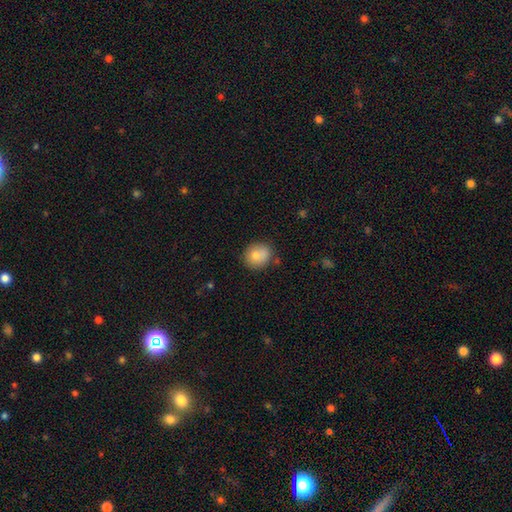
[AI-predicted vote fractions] smooth 78%, featured or disk 13%, star or artifact 9%. Down the decision tree: how rounded — round (77%); merging — none (72%).